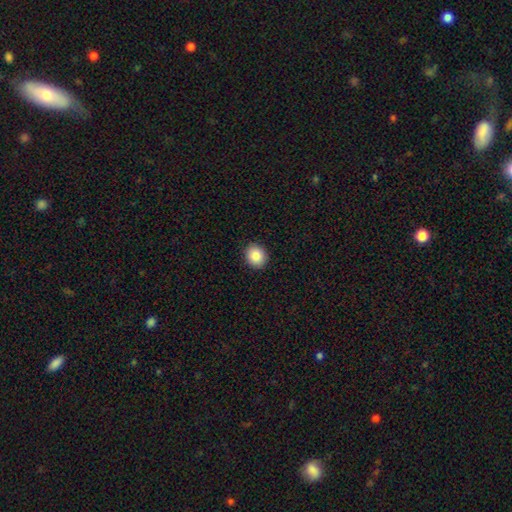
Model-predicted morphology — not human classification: Q: Smooth or featured?
A: smooth (85%); runner-up: star or artifact (9%)
Q: How rounded?
A: round (76%); runner-up: in between (23%)
Q: Merging?
A: none (92%); runner-up: minor disturbance (5%)